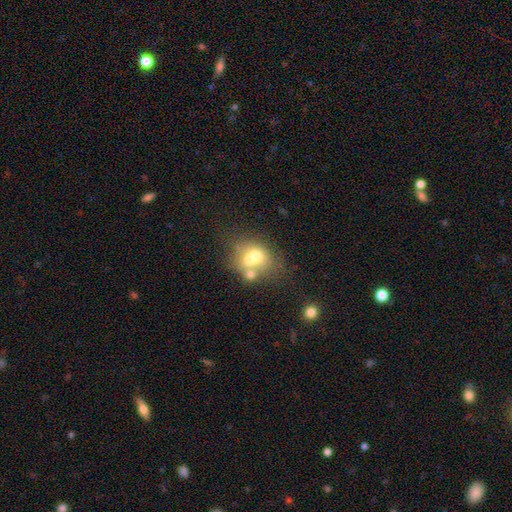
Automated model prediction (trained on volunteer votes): Smooth or featured?
  - smooth: 58% *
  - featured or disk: 30%
  - star or artifact: 12%
How rounded?
  - round: 51% *
  - in between: 47%
  - cigar-shaped: 1%
Merging?
  - merger: 52% *
  - none: 29%
  - minor disturbance: 11%
  - major disturbance: 8%